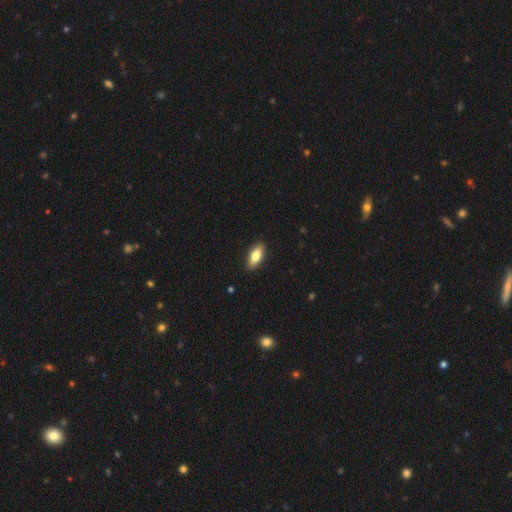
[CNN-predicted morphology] This appears to be a smooth galaxy with no disk features (75%) that is in between round and cigar-shaped (79%). Merging: none (90%).